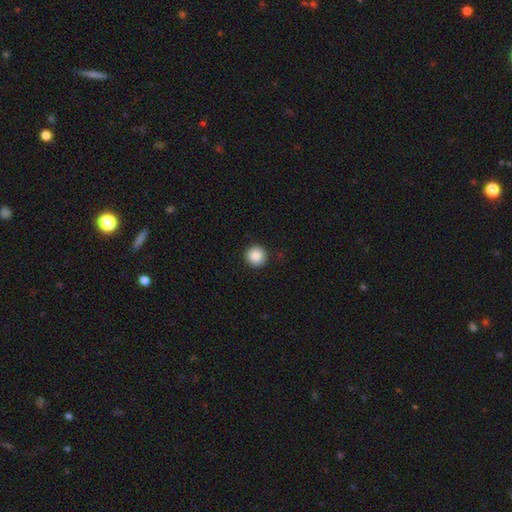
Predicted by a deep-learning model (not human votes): smooth 87%, star or artifact 9%, featured or disk 5%. Down the decision tree: how rounded — round (96%); merging — none (92%).